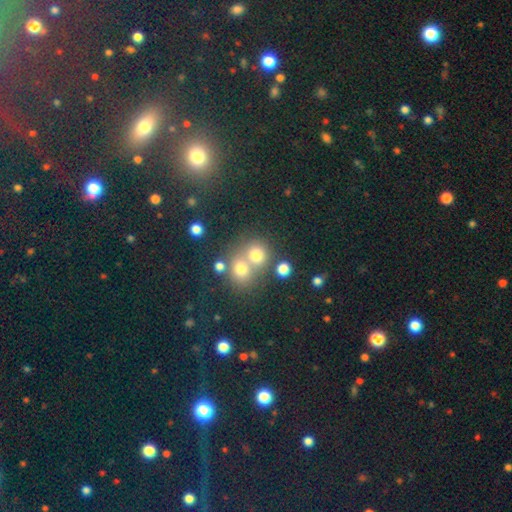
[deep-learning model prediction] This is likely a smooth galaxy (69%). How rounded: clearly round (80%). Merging: possibly merger (49%).